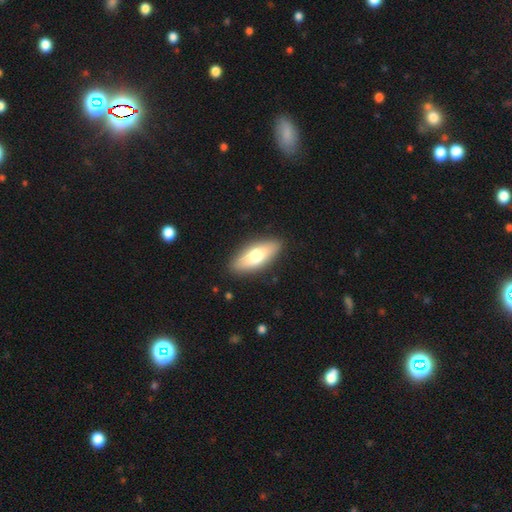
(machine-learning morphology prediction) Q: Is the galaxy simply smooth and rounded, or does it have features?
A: smooth — 70%.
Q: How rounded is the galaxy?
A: in between — 72%.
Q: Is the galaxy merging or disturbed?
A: none — 88%.